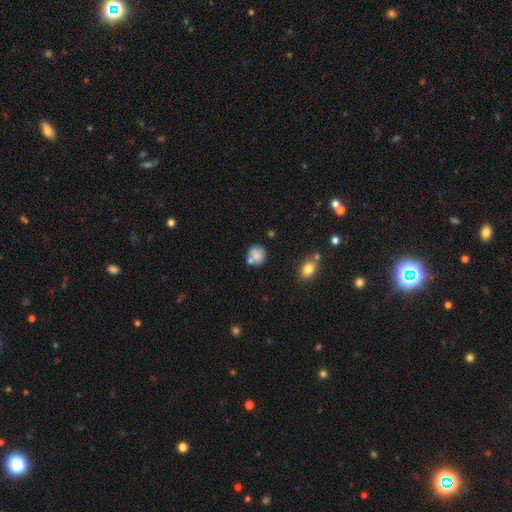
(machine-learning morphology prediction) The model was most divided on "merging": none: 63%, merger: 18%, minor disturbance: 15%, major disturbance: 4%. More confident: how rounded — round (83%); smooth or featured — smooth (81%).